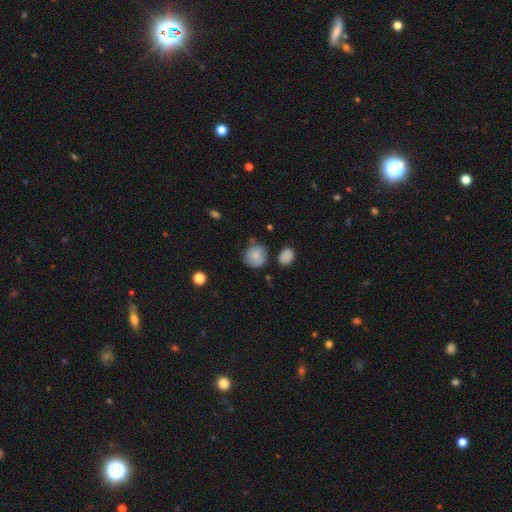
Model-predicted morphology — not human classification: Smooth or featured: smooth — 78% (featured or disk — 13%)
How rounded: round — 85% (in between — 14%)
Merging: none — 65% (minor disturbance — 23%)